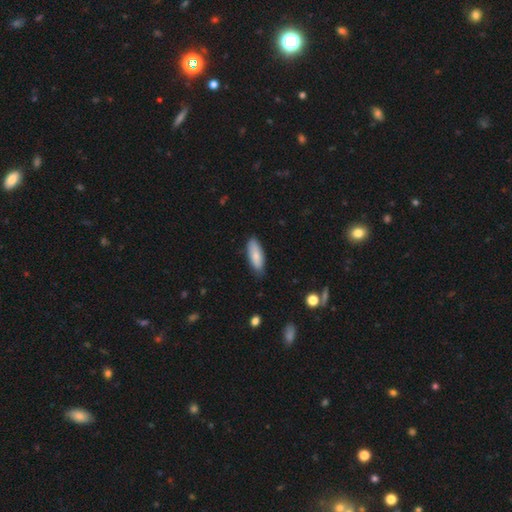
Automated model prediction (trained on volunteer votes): A smooth galaxy with no disk features (82%) that is in between round and cigar-shaped (68%).

Vote fractions:
- Smooth or featured? smooth: 82% / featured or disk: 13% / star or artifact: 6%
- How rounded? in between: 68% / cigar-shaped: 30% / round: 2%
- Merging? none: 80% / minor disturbance: 17% / major disturbance: 2% / merger: 1%